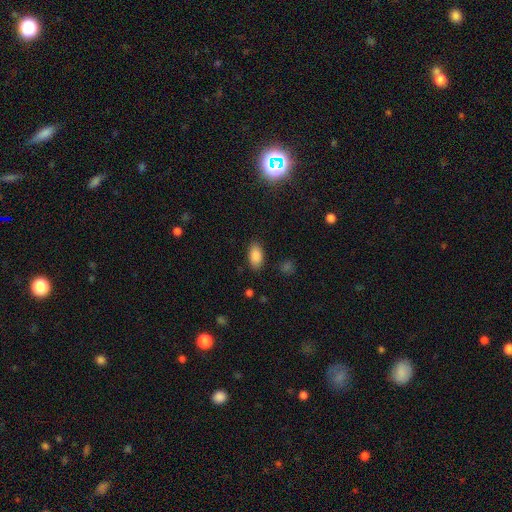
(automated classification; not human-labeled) This appears to be a smooth galaxy with no disk features (87%) that is in between round and cigar-shaped (93%). Merging: none (87%).